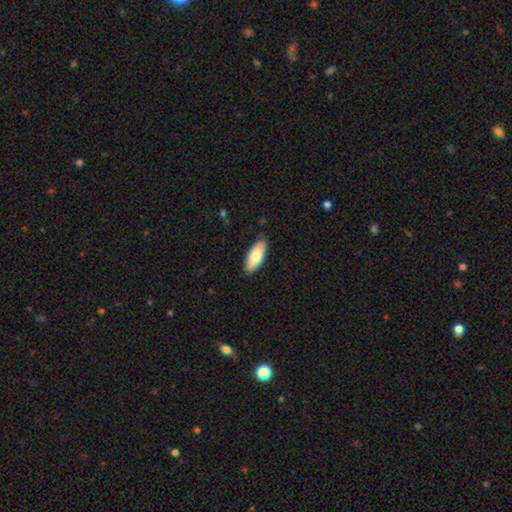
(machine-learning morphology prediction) smooth_or_featured: smooth (p=0.79) [alt: featured or disk p=0.15]
how_rounded: in between (p=0.81) [alt: cigar-shaped p=0.18]
merging: none (p=0.86) [alt: minor disturbance p=0.11]